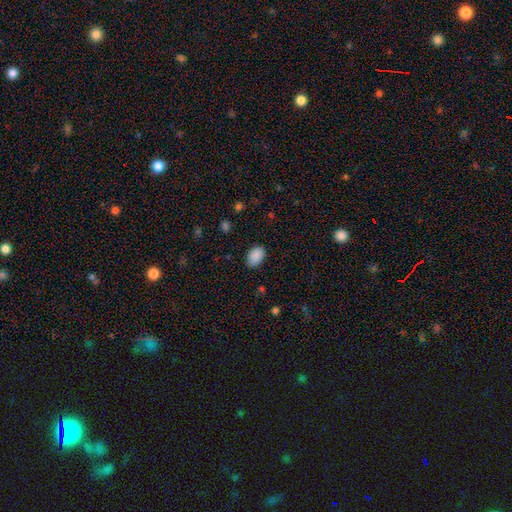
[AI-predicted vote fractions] A smooth galaxy with no disk features (89%) that is in between round and cigar-shaped (89%).

Vote fractions:
- Smooth or featured? smooth: 89% / star or artifact: 8% / featured or disk: 3%
- How rounded? in between: 89% / round: 10% / cigar-shaped: 1%
- Merging? none: 84% / minor disturbance: 13% / major disturbance: 3% / merger: 1%